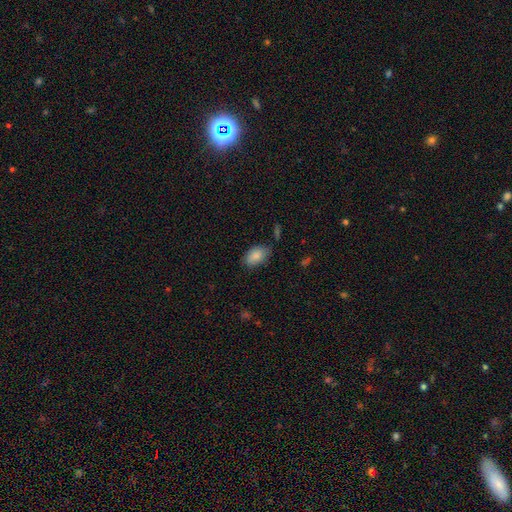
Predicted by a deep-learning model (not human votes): smooth_or_featured: smooth (p=0.87) [alt: star or artifact p=0.07]
how_rounded: in between (p=0.92) [alt: round p=0.07]
merging: none (p=0.73) [alt: minor disturbance p=0.20]